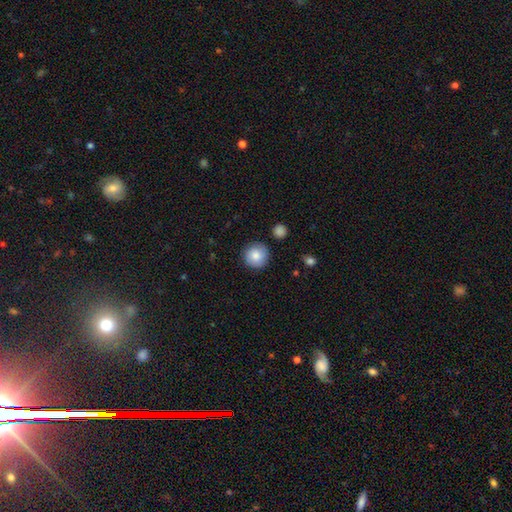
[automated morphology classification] Smooth or featured? Predicted: smooth (p=0.84). How rounded? Predicted: round (p=0.95). Merging? Predicted: none (p=0.88).